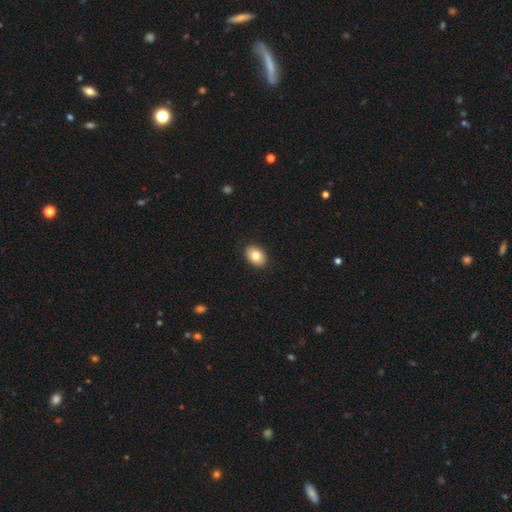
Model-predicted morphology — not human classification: Smooth or featured? smooth (82%)
How rounded? in between (76%)
Merging? none (91%)